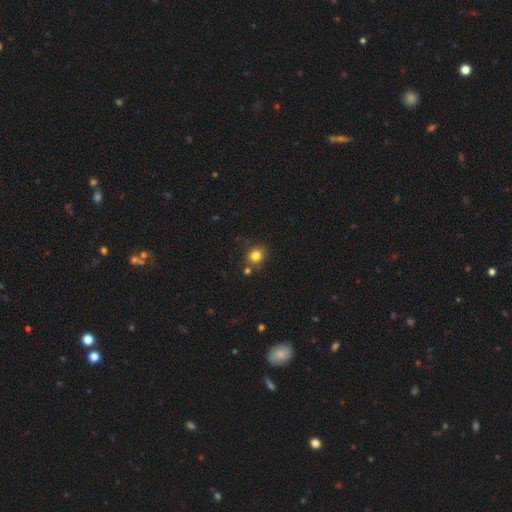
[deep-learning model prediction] smooth 82%, star or artifact 12%, featured or disk 6%. Down the decision tree: how rounded — round (82%); merging — none (79%).